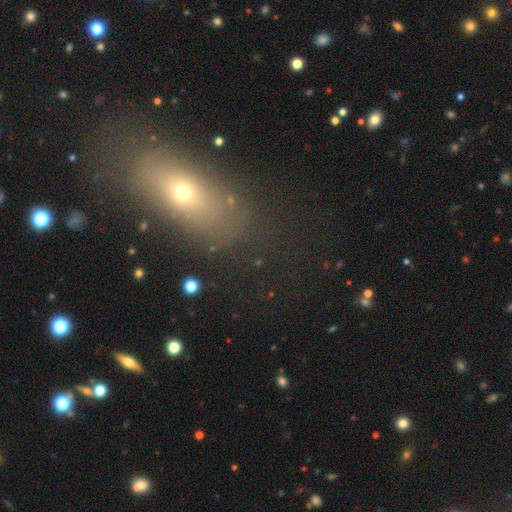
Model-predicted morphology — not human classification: This is possibly a smooth galaxy (56%). How rounded: likely in between (66%). Merging: likely none (80%).